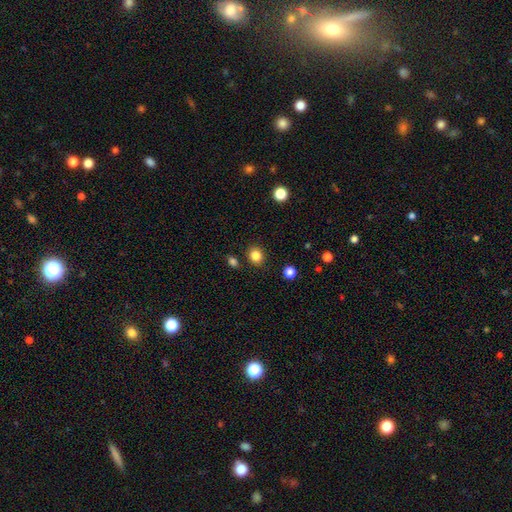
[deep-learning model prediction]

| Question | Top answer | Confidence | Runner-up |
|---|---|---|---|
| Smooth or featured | smooth | 84% | star or artifact (12%) |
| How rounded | round | 72% | in between (27%) |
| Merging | none | 87% | minor disturbance (8%) |